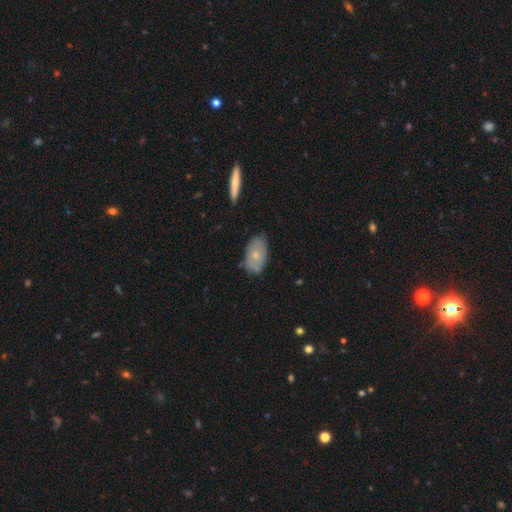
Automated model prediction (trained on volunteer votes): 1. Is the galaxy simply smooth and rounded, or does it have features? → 59% smooth, 35% featured or disk, 7% star or artifact.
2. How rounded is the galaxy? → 91% in between, 6% round, 2% cigar-shaped.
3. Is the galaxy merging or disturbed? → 70% none, 23% minor disturbance, 4% major disturbance, 2% merger.